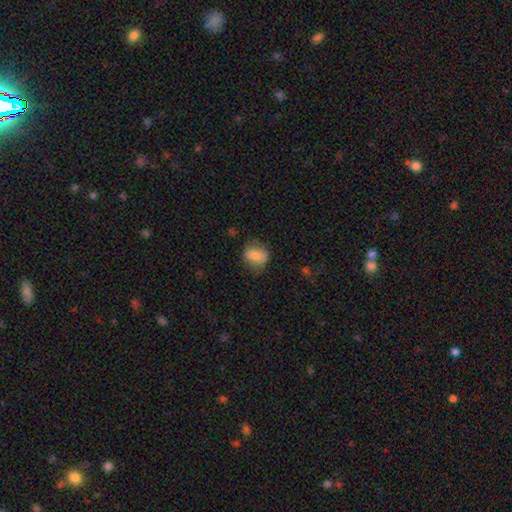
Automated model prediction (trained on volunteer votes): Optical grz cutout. It shows a smooth galaxy with no disk features (82%) that is in between round and cigar-shaped (59%). Merging: none (65%).